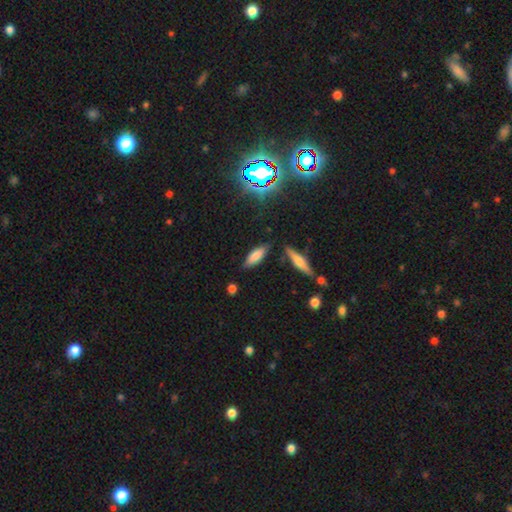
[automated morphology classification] smooth-or-featured: smooth: 75% | featured or disk: 15% | star or artifact: 11%
  how-rounded: in between: 58% | cigar-shaped: 40% | round: 2%
  merging: none: 78% | minor disturbance: 14% | merger: 5% | major disturbance: 3%